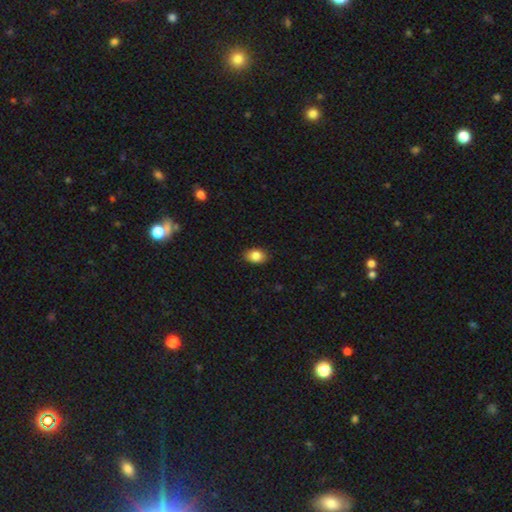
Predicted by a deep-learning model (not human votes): Overall: smooth (84%). How rounded: in between (81%). Merging: none (88%).